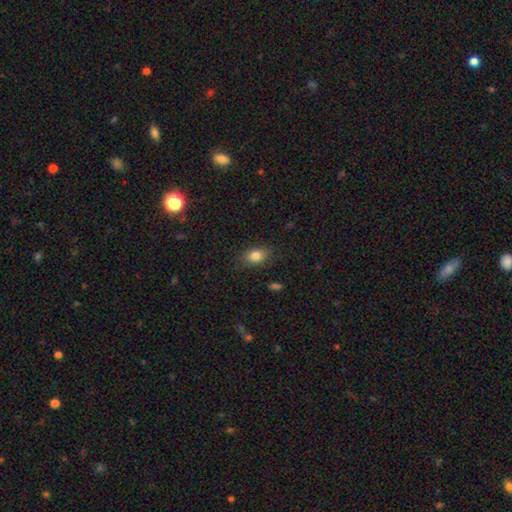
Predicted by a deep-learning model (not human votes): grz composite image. It shows a smooth galaxy with no disk features (82%) that is in between round and cigar-shaped (76%). Merging: none (83%).